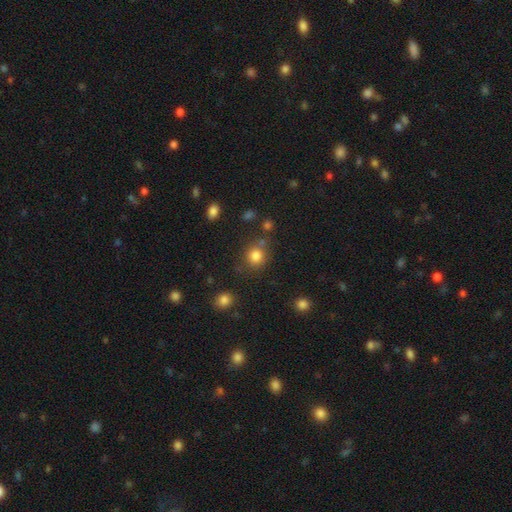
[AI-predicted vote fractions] A smooth galaxy with no disk features (82%) that is round (84%). Merging: none (73%).